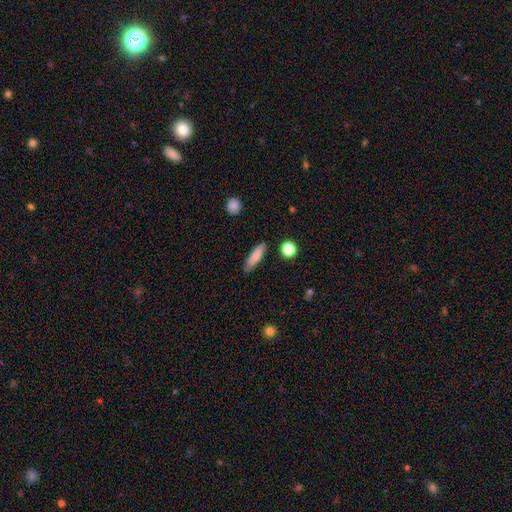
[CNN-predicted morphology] Smooth or featured? smooth (81%)
How rounded? cigar-shaped (71%)
Merging? none (86%)